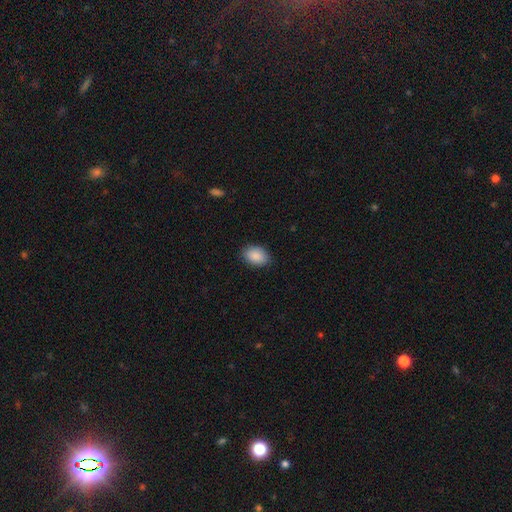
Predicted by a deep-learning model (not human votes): smooth_or_featured: smooth (p=0.89) [alt: star or artifact p=0.07]
how_rounded: in between (p=0.86) [alt: round p=0.13]
merging: none (p=0.86) [alt: minor disturbance p=0.10]